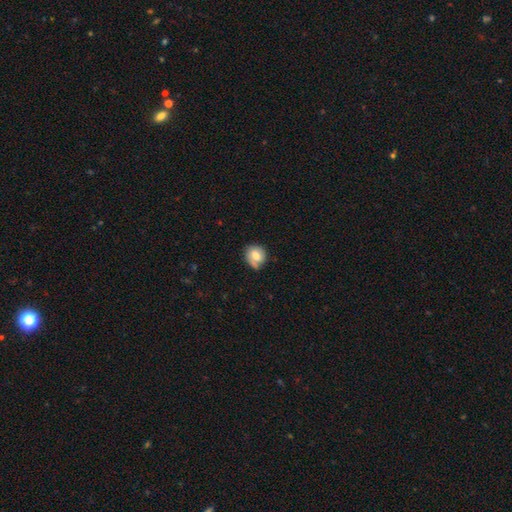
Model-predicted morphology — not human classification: Smooth or featured? smooth (62%)
How rounded? round (73%)
Merging? none (62%)